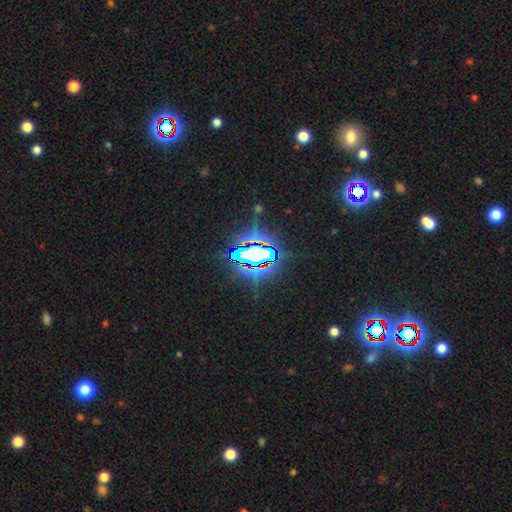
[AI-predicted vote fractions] Smooth or featured: star or artifact — 72% (smooth — 16%)